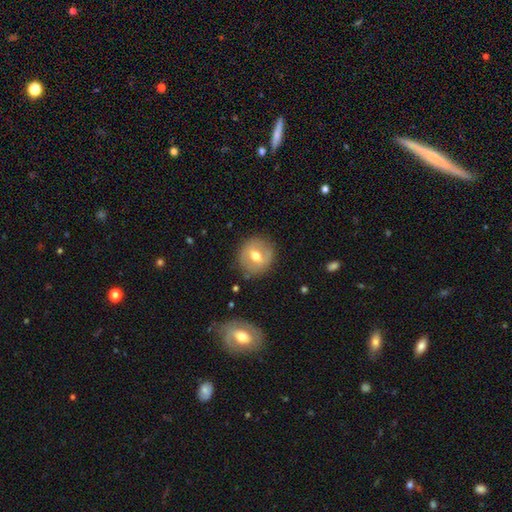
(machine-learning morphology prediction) The model was most divided on "smooth or featured": smooth: 50%, featured or disk: 42%, star or artifact: 8%. More confident: how rounded — round (86%); merging — none (83%).